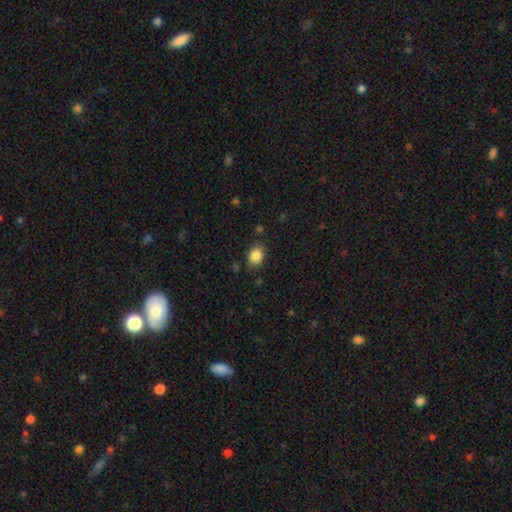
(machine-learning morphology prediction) smooth 86%, star or artifact 9%, featured or disk 5%. Down the decision tree: how rounded — in between (59%); merging — none (84%).